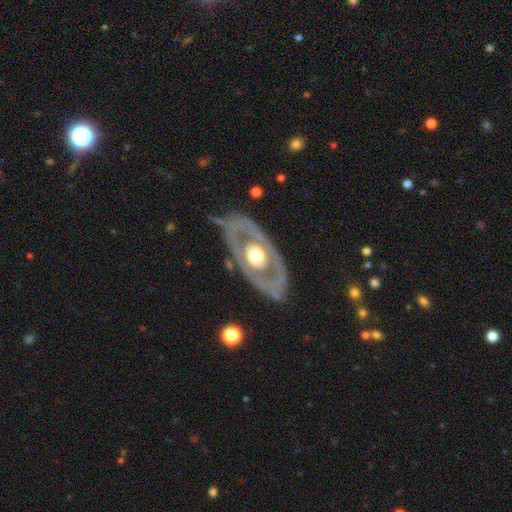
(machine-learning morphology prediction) Overall: featured or disk (68%). Edge-on disk: no (87%). Bar: no (90%). Spiral arms: no (85%). Bulge size: moderate (59%; large 33%). Merging: none (77%).